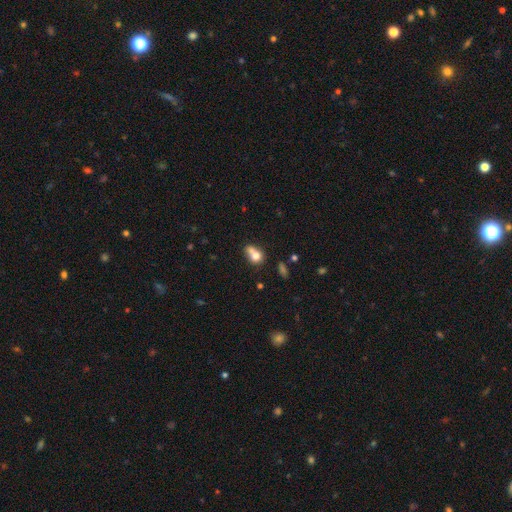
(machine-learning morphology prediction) type=smooth (71%); roundness=round (56%); merging=merger (51%).